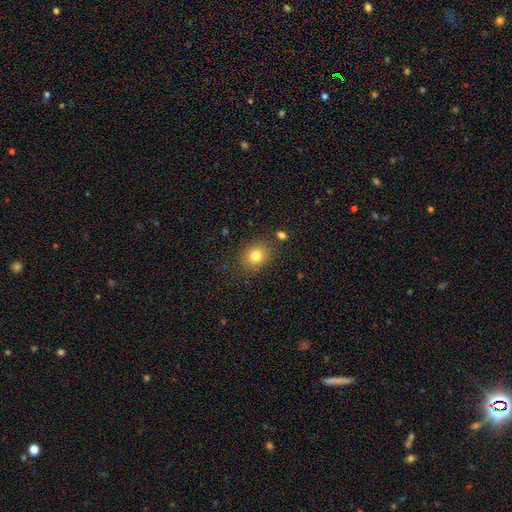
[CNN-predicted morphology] Q: Smooth or featured?
A: smooth (80%); runner-up: star or artifact (11%)
Q: How rounded?
A: round (62%); runner-up: in between (37%)
Q: Merging?
A: none (83%); runner-up: minor disturbance (10%)